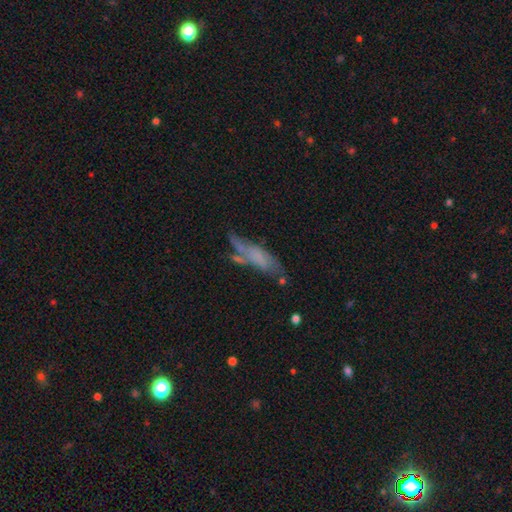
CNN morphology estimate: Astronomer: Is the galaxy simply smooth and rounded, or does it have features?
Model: smooth — 47% (runner-up: featured or disk, 41%).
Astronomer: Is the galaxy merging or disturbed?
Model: none — 40% (runner-up: minor disturbance, 25%).